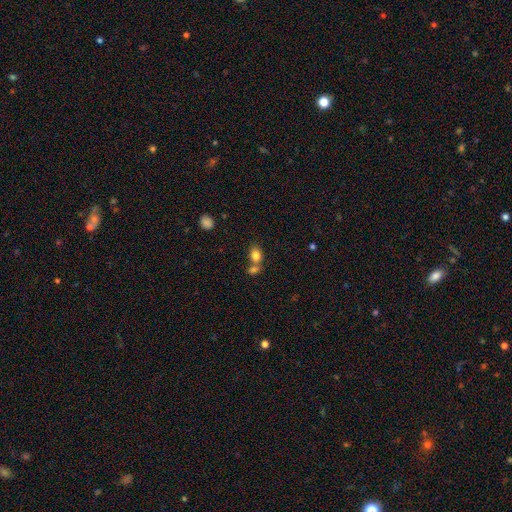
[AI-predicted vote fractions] The model was most divided on "merging": merger: 44%, none: 43%, minor disturbance: 9%, major disturbance: 4%. More confident: smooth or featured — smooth (82%); how rounded — in between (67%).